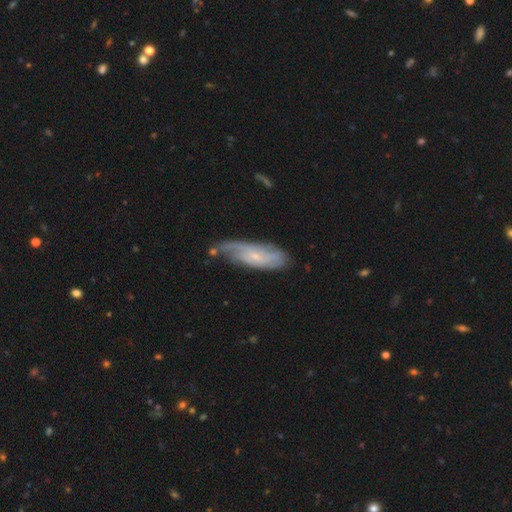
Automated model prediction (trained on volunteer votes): Morphology: type=featured or disk (69%); edge-on=no (85%); bar=no (67%); spiral arms=yes (87%); winding=tight (44%); arm count=can't tell (45%); bulge=small (75%); merging=none (52%).